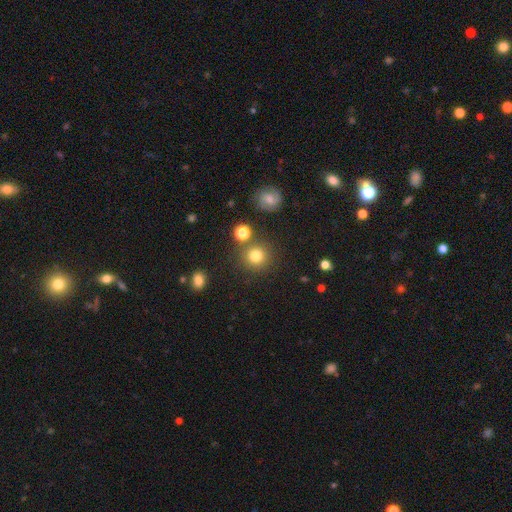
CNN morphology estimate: type=smooth (79%); roundness=round (92%); merging=none (81%).